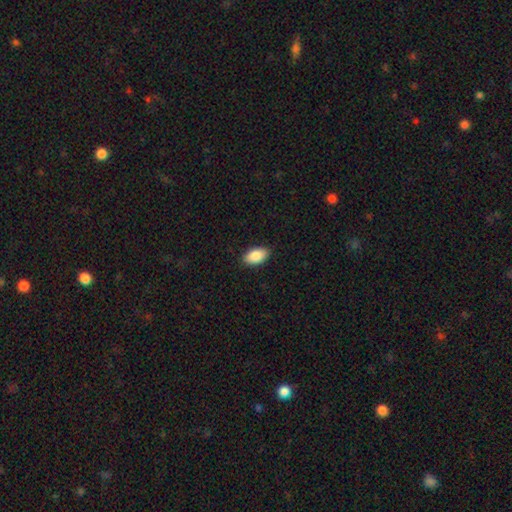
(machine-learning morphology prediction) The model was most divided on "merging": none: 88%, minor disturbance: 9%, major disturbance: 2%, merger: 1%. More confident: how rounded — in between (94%); smooth or featured — smooth (87%).